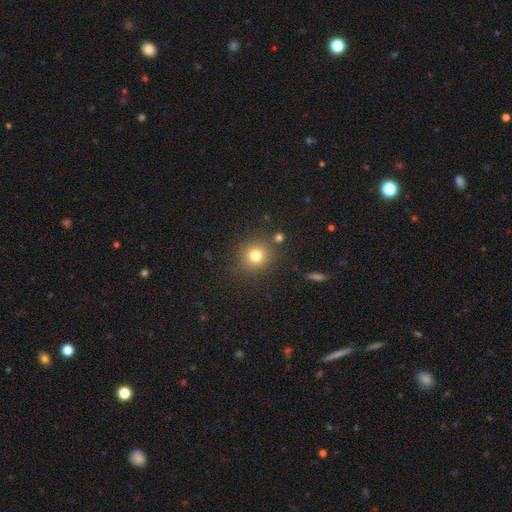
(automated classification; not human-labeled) smooth-or-featured: smooth: 78% | star or artifact: 14% | featured or disk: 8%
  how-rounded: round: 91% | in between: 8% | cigar-shaped: 1%
  merging: none: 85% | minor disturbance: 8% | merger: 4% | major disturbance: 3%